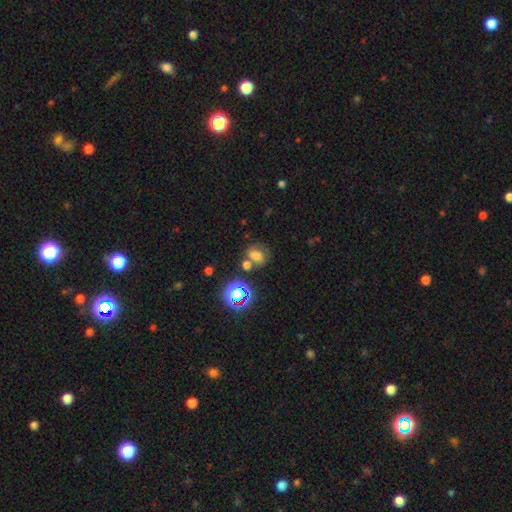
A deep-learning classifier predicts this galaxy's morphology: Smooth or featured?
  - smooth: 59% *
  - star or artifact: 24%
  - featured or disk: 17%
How rounded?
  - in between: 52% *
  - round: 47%
  - cigar-shaped: 2%
Merging?
  - none: 53% *
  - merger: 22%
  - minor disturbance: 17%
  - major disturbance: 8%